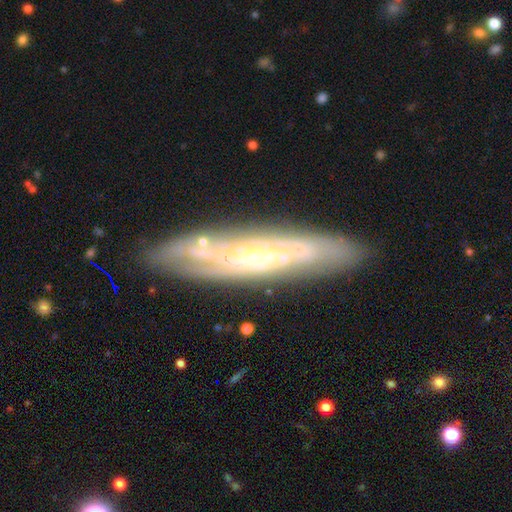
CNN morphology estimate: A featured or disk galaxy (78%).

Vote fractions:
- Smooth or featured? featured or disk: 78% / smooth: 15% / star or artifact: 7%
- Edge-on disk? no: 60% / yes: 40%
- Merging? none: 80% / minor disturbance: 14% / major disturbance: 4% / merger: 2%